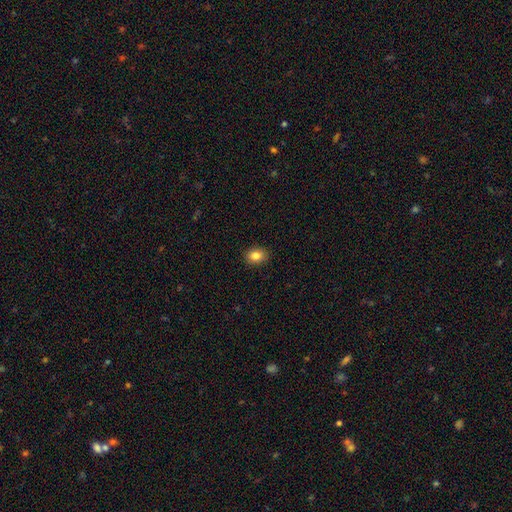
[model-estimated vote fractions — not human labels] This is clearly a smooth galaxy (85%). How rounded: possibly in between (59%). Merging: clearly none (90%).